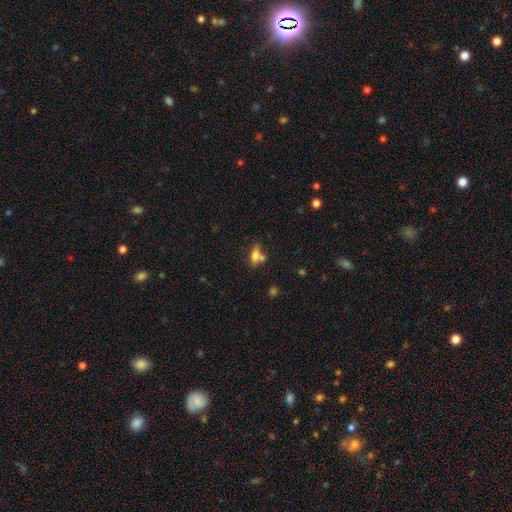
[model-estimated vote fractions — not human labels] Smooth or featured?
  - smooth: 63% *
  - featured or disk: 25%
  - star or artifact: 11%
How rounded?
  - in between: 71% *
  - cigar-shaped: 19%
  - round: 10%
Merging?
  - none: 46% *
  - merger: 33%
  - minor disturbance: 14%
  - major disturbance: 7%